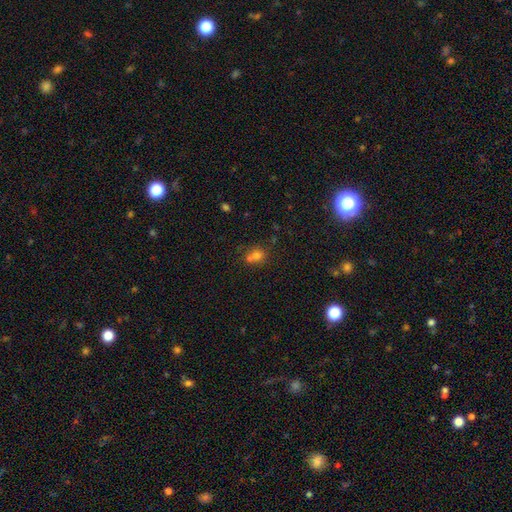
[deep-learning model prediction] Smooth or featured? smooth (60%)
How rounded? round (72%)
Merging? none (45%)